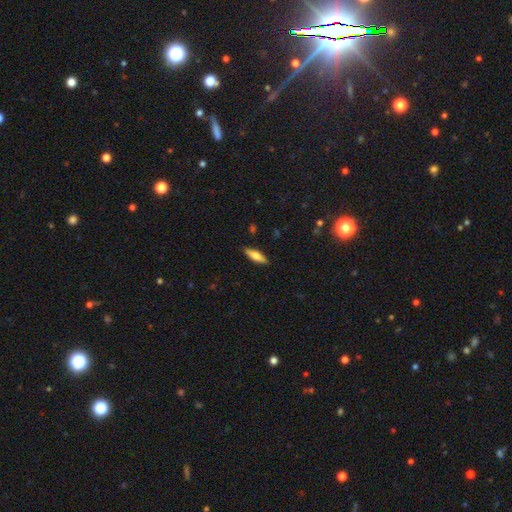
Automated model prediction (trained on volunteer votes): A smooth galaxy with no disk features (66%) that is cigar-shaped (55%). Merging: none (88%).